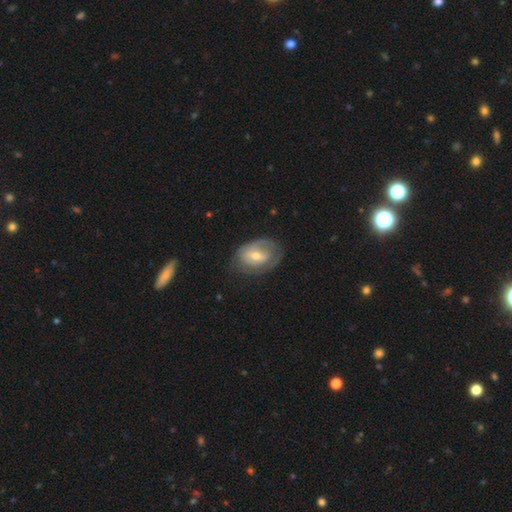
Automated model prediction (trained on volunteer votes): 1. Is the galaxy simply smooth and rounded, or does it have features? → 61% featured or disk, 33% smooth, 6% star or artifact.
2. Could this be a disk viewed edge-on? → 95% no, 5% yes.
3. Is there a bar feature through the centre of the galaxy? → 47% weak, 35% no, 18% strong.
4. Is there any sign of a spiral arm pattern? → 64% yes, 36% no.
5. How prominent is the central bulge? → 55% moderate, 39% small, 4% large, 2% none, 1% dominant.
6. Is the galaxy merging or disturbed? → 59% none, 26% minor disturbance, 14% major disturbance, 1% merger.